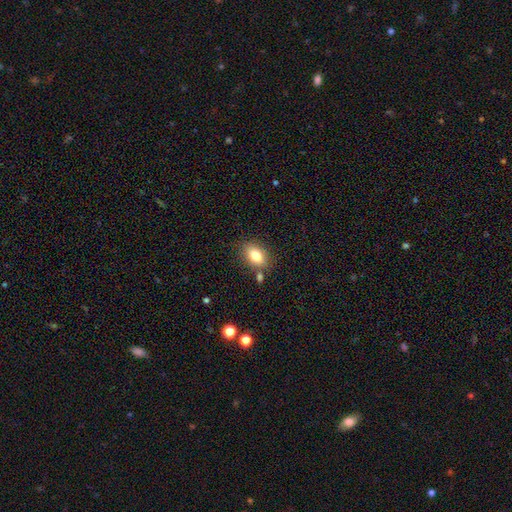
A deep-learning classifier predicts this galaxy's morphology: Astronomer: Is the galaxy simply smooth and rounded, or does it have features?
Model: smooth — 81%.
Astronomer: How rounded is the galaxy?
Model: in between — 84%.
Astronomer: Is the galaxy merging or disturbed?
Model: none — 74%.